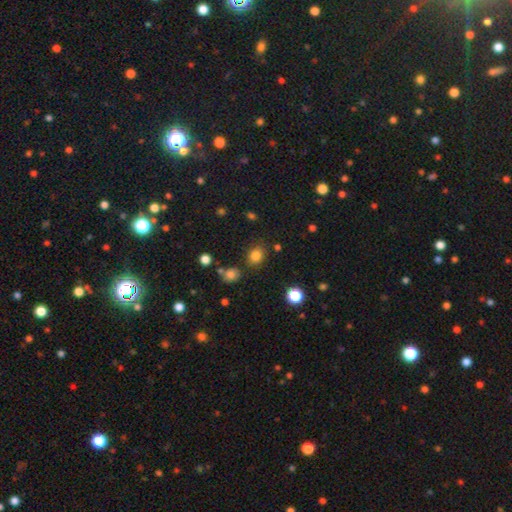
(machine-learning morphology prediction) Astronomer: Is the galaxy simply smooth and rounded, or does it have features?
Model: smooth — 81%.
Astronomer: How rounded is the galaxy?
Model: round — 59% (runner-up: in between, 40%).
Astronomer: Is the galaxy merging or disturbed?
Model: none — 79%.